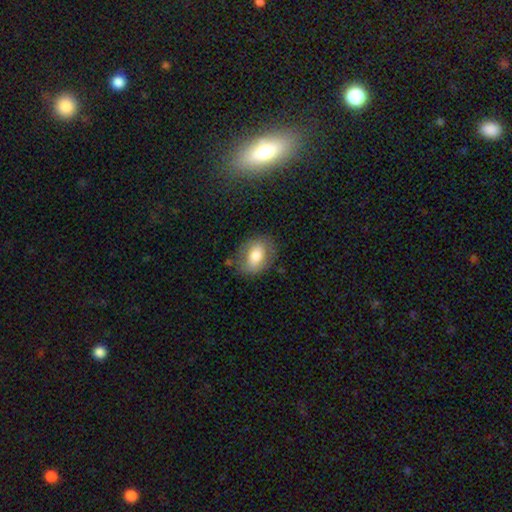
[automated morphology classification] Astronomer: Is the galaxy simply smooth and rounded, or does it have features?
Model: smooth — 67%.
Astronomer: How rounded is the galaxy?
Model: in between — 76%.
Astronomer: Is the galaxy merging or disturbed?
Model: none — 72%.